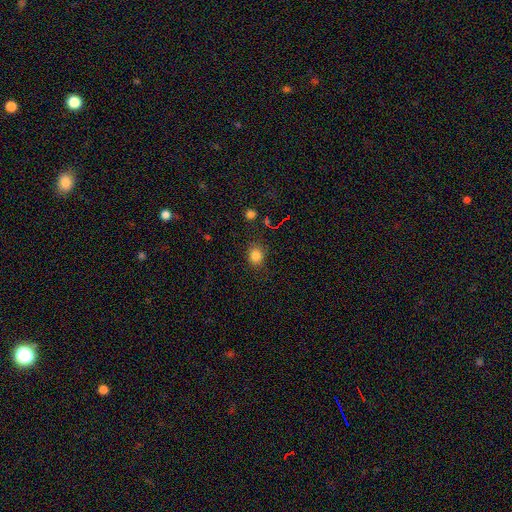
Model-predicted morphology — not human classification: A smooth galaxy with no disk features (82%) that is round (71%). Merging: none (81%).